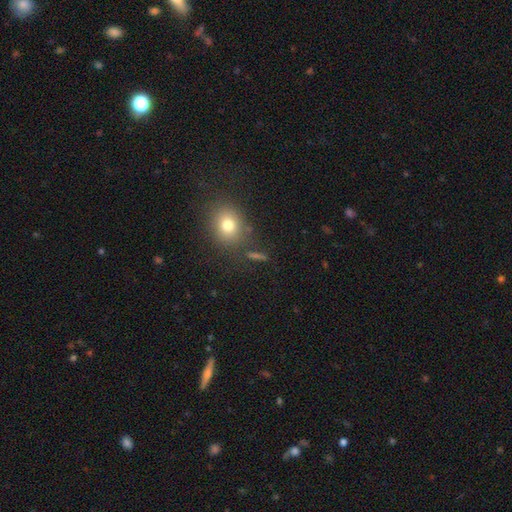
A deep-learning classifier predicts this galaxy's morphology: Overall: smooth (58%; star or artifact 29%). How rounded: round (56%; in between 37%). Merging: none (80%).